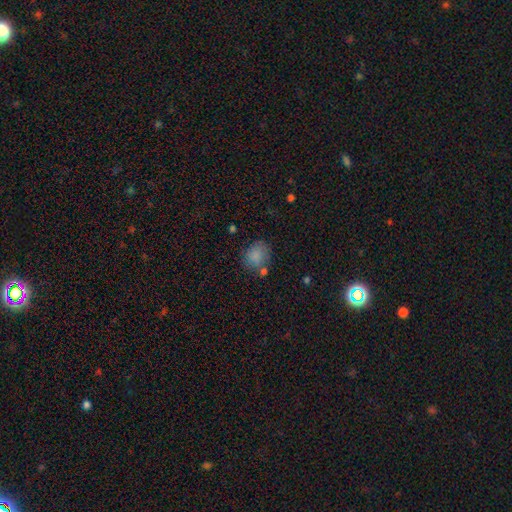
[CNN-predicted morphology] A smooth galaxy with no disk features (83%) that is round (62%). Merging: none (66%).